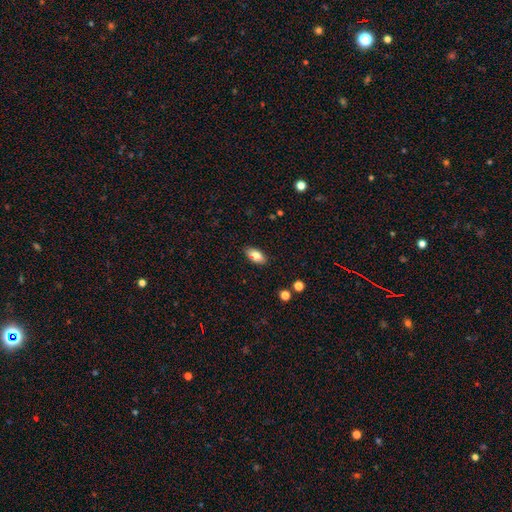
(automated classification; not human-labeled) Morphology: type=smooth (79%); roundness=in between (90%); merging=none (84%).